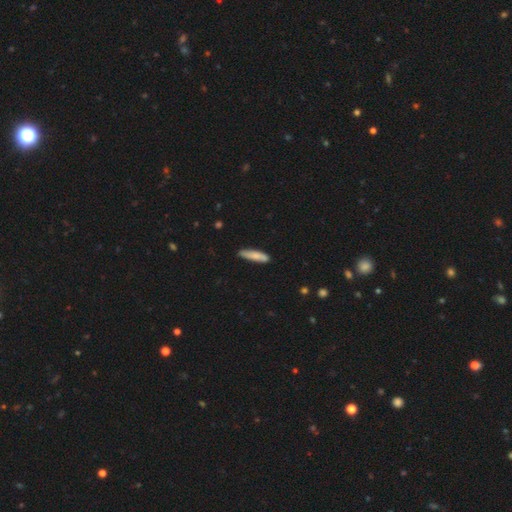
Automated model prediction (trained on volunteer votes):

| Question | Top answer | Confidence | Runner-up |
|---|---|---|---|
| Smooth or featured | smooth | 81% | featured or disk (13%) |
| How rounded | cigar-shaped | 80% | in between (18%) |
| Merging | none | 82% | minor disturbance (14%) |